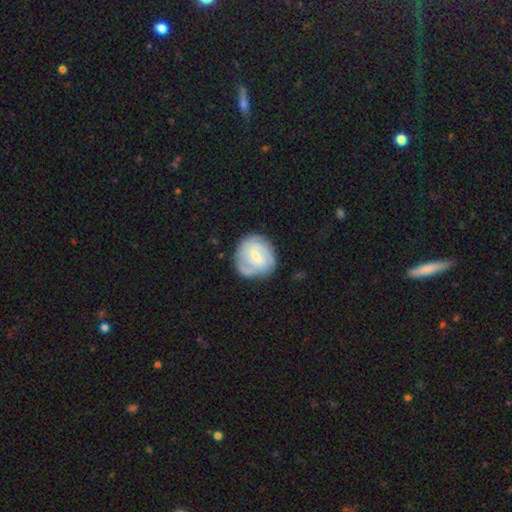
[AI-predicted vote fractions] This is likely a featured or disk galaxy (73%). It is clearly not viewed edge-on (98%). Bar: possibly weak (57%). Spiral arm pattern: clearly yes (91%). Spiral arm count: marginally 2 (40%). Spiral winding: possibly tight (53%). Central bulge: likely small (62%). Merging: likely none (71%).